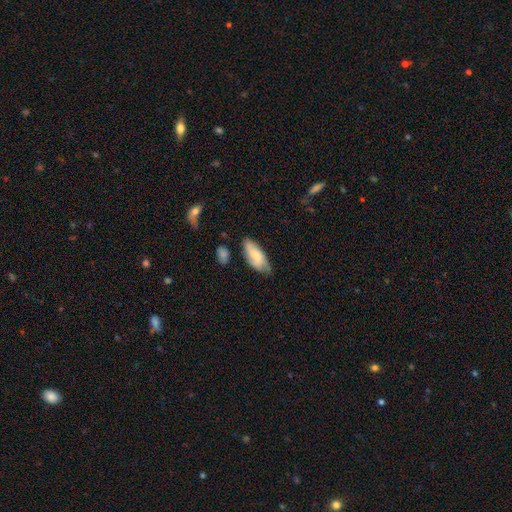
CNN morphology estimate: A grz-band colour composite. It shows a smooth galaxy with no disk features (71%) that is in between round and cigar-shaped (83%). Merging: none (61%).